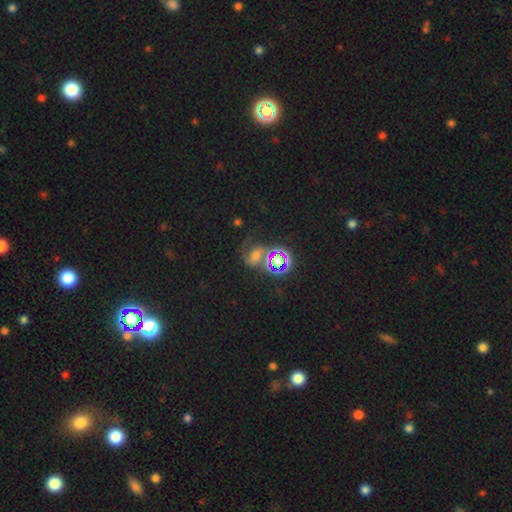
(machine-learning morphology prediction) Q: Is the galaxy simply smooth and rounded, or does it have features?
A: star or artifact — 45%.